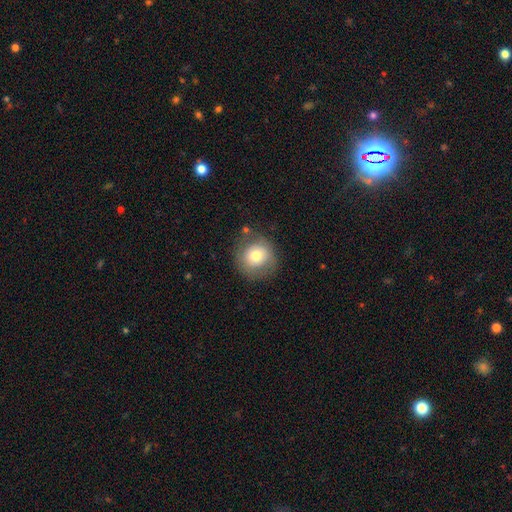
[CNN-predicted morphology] The model was most divided on "smooth or featured": smooth: 72%, featured or disk: 19%, star or artifact: 9%. More confident: how rounded — round (90%); merging — none (76%).